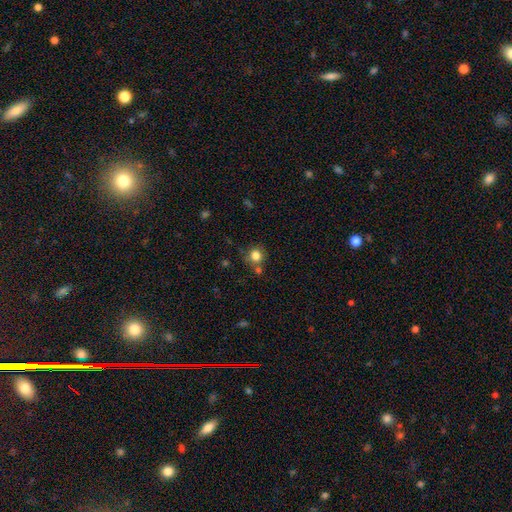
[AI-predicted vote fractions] Overall: smooth (80%). How rounded: round (85%). Merging: none (67%).